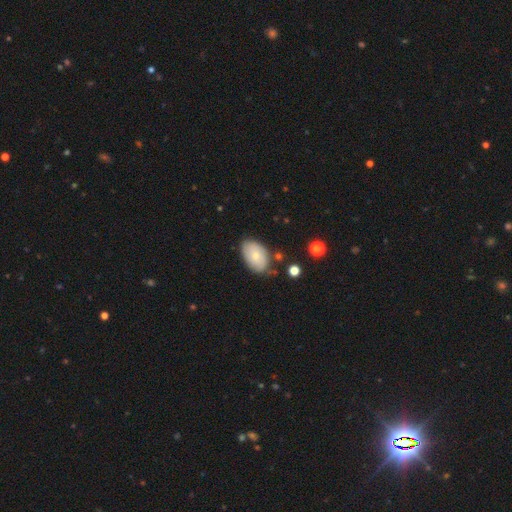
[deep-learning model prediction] Morphology: type=smooth (69%); roundness=in between (90%); merging=none (67%).